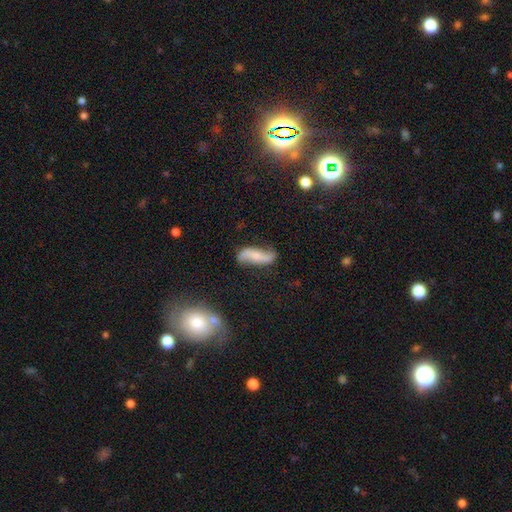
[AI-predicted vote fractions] Morphology: type=featured or disk (63%); edge-on=no (88%); bar=no (51%); spiral arms=yes (90%); bulge=small (51%); merging=none (71%).